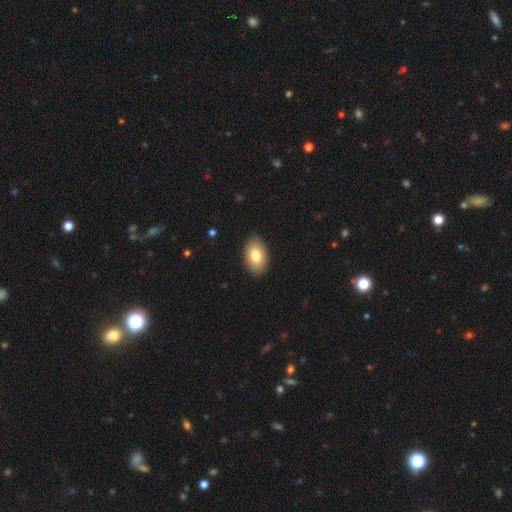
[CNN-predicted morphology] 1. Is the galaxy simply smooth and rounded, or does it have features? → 81% smooth, 12% featured or disk, 7% star or artifact.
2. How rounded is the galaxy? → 90% in between, 9% round, 1% cigar-shaped.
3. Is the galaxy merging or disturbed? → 89% none, 8% minor disturbance, 2% major disturbance, 1% merger.